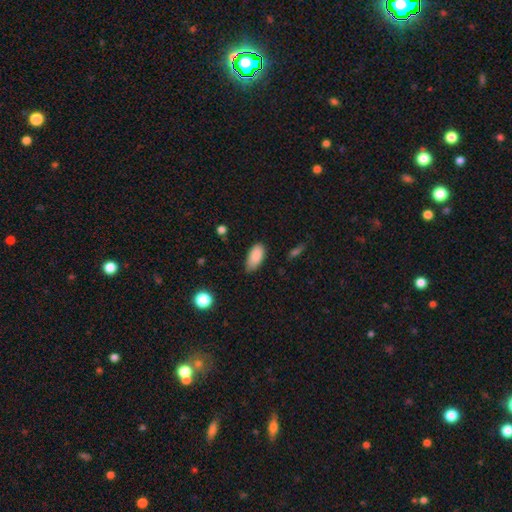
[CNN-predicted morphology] This appears to be a smooth galaxy with no disk features (88%) that is in between round and cigar-shaped (92%). Merging: none (68%).